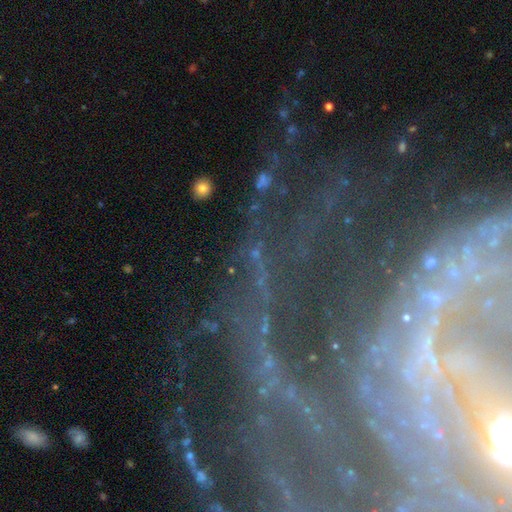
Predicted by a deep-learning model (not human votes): smooth_or_featured: star or artifact (p=0.64) [alt: featured or disk p=0.23]